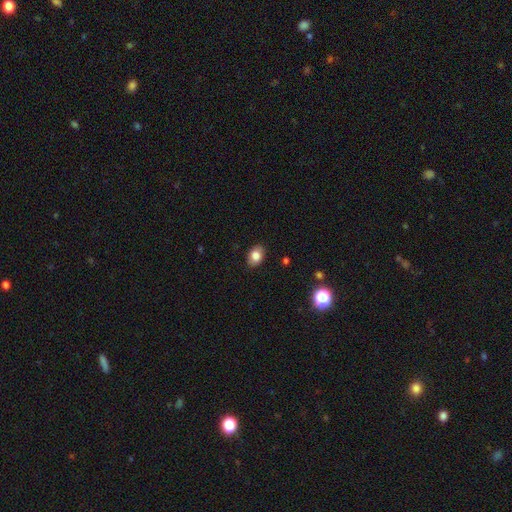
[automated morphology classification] This is clearly a smooth galaxy (83%). How rounded: likely in between (76%). Merging: clearly none (87%).